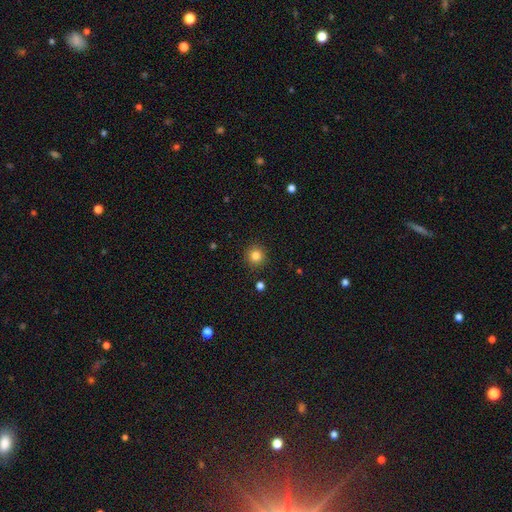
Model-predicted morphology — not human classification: This appears to be a smooth galaxy with no disk features (83%) that is round (94%). Merging: none (90%).